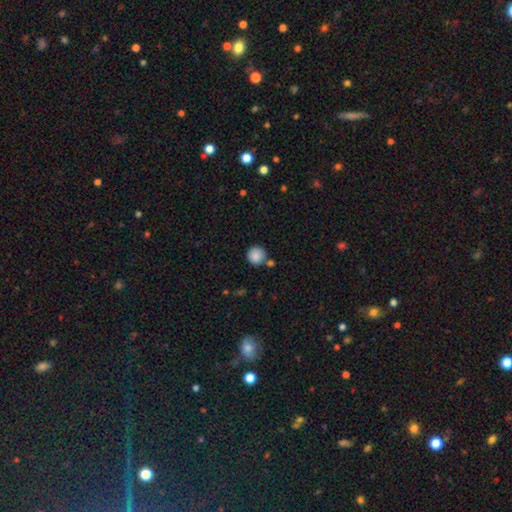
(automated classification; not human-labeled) Morphology: type=smooth (87%); roundness=round (94%); merging=none (76%).